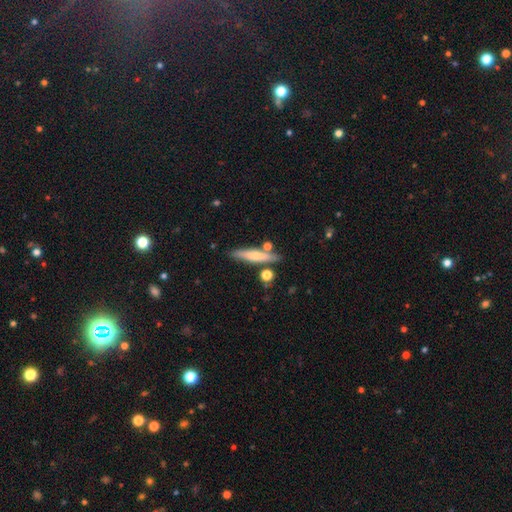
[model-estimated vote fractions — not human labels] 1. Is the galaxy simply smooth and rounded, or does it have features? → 58% smooth, 35% featured or disk, 7% star or artifact.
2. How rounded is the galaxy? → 86% cigar-shaped, 12% in between, 2% round.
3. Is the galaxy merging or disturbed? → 78% none, 11% minor disturbance, 8% merger, 3% major disturbance.